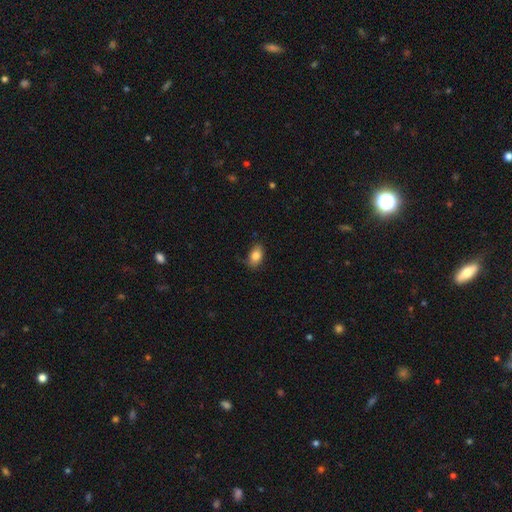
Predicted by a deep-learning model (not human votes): smooth 82%, featured or disk 10%, star or artifact 8%. Down the decision tree: how rounded — in between (87%); merging — none (69%).